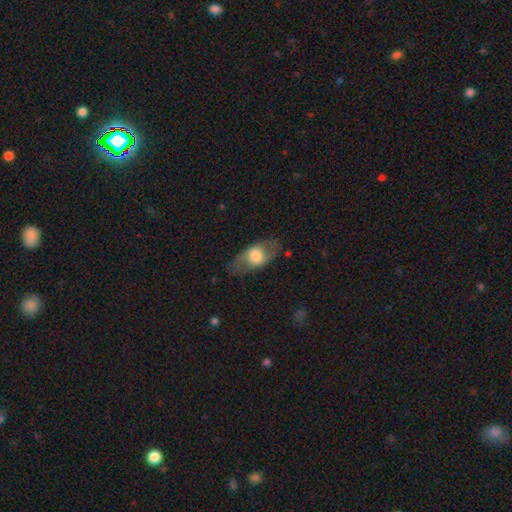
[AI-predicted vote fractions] smooth_or_featured: smooth (p=0.50) [alt: featured or disk p=0.43]
how_rounded: in between (p=0.79) [alt: round p=0.15]
merging: none (p=0.74) [alt: minor disturbance p=0.16]